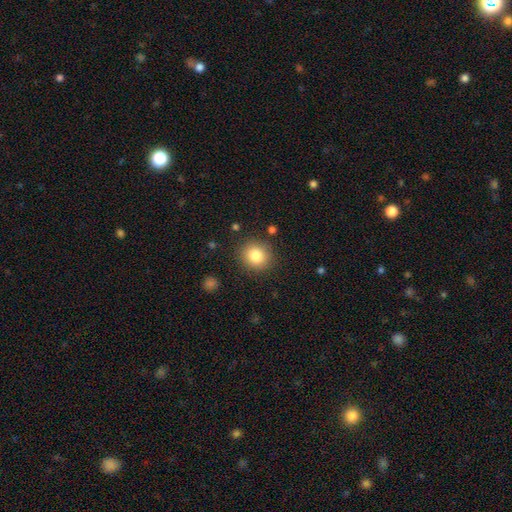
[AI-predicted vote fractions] This appears to be a smooth galaxy with no disk features (83%) that is round (84%). Merging: none (87%).